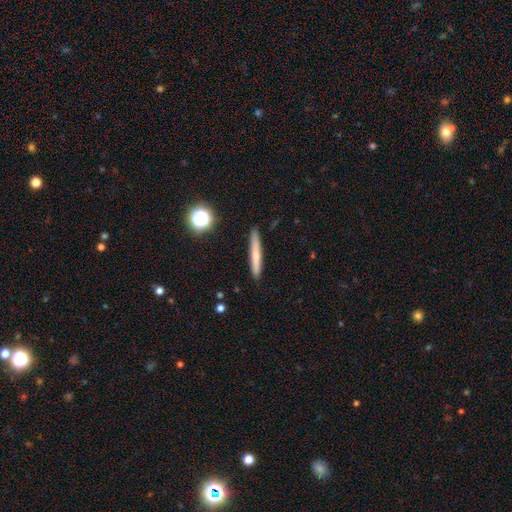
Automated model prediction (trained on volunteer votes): Overall: smooth (62%; featured or disk 30%). How rounded: cigar-shaped (94%). Merging: none (89%).